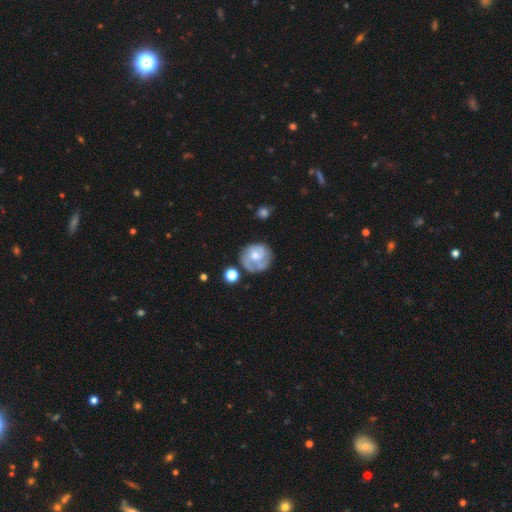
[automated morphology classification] smooth_or_featured: featured or disk (p=0.74) [alt: smooth p=0.20]
disk_edge_on: no (p=0.98) [alt: yes p=0.02]
bar: no (p=0.66) [alt: weak p=0.29]
has_spiral_arms: yes (p=0.91) [alt: no p=0.09]
spiral_winding: tight (p=0.55) [alt: medium p=0.34]
spiral_arm_count: 2 (p=0.44) [alt: can't tell p=0.21]
bulge_size: moderate (p=0.52) [alt: small p=0.34]
merging: none (p=0.66) [alt: minor disturbance p=0.20]